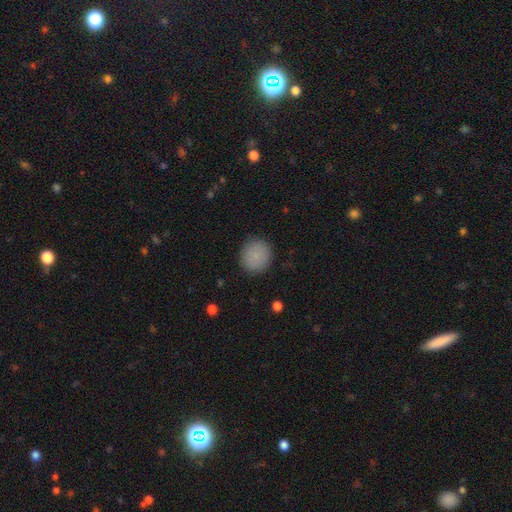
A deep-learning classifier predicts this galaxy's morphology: This is clearly a smooth galaxy (86%). How rounded: clearly round (91%). Merging: clearly none (90%).